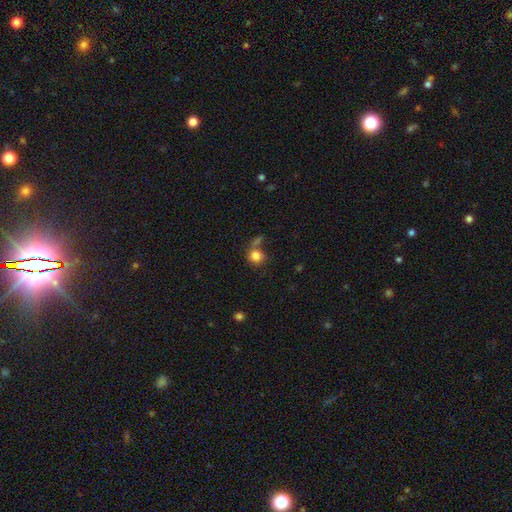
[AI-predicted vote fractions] The model was most divided on "merging": none: 52%, merger: 24%, minor disturbance: 15%, major disturbance: 9%. More confident: smooth or featured — smooth (82%); how rounded — round (79%).